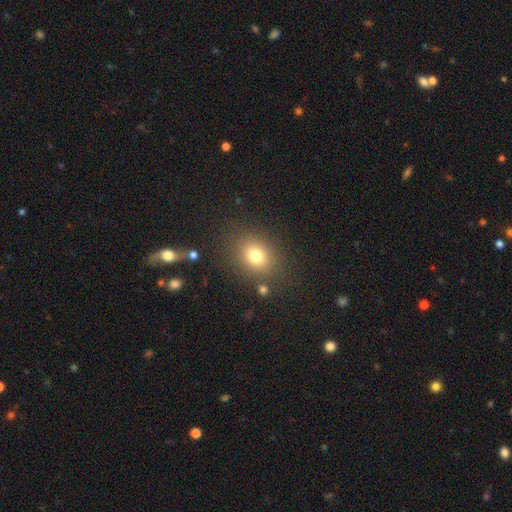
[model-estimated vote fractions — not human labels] The model was most divided on "how rounded": round: 50%, in between: 49%, cigar-shaped: 1%. More confident: merging — none (81%); smooth or featured — smooth (77%).